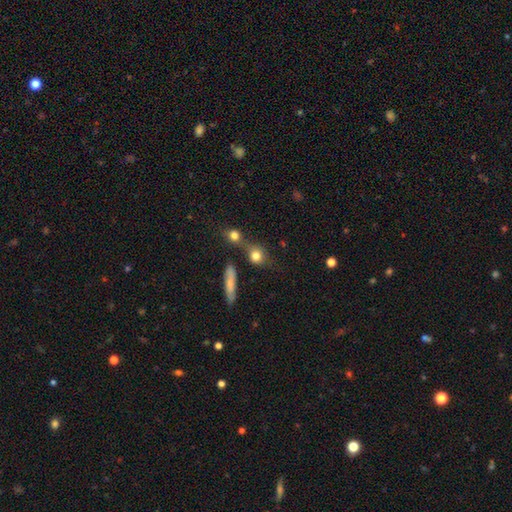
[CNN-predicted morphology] type=smooth (78%); roundness=round (75%); merging=none (56%).